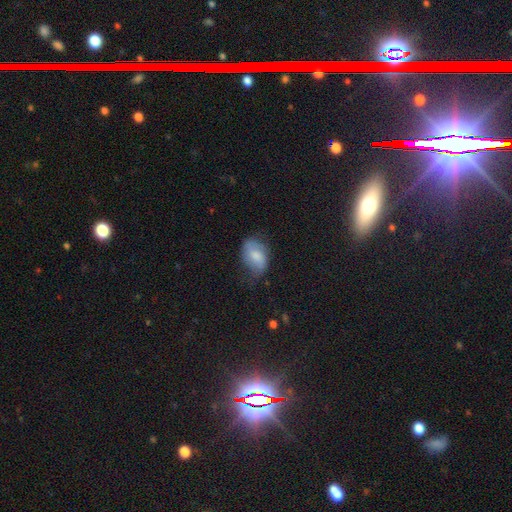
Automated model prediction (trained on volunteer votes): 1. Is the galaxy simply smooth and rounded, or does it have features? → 67% smooth, 25% featured or disk, 7% star or artifact.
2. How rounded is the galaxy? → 87% in between, 12% round, 2% cigar-shaped.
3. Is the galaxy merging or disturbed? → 53% none, 34% minor disturbance, 12% major disturbance, 2% merger.